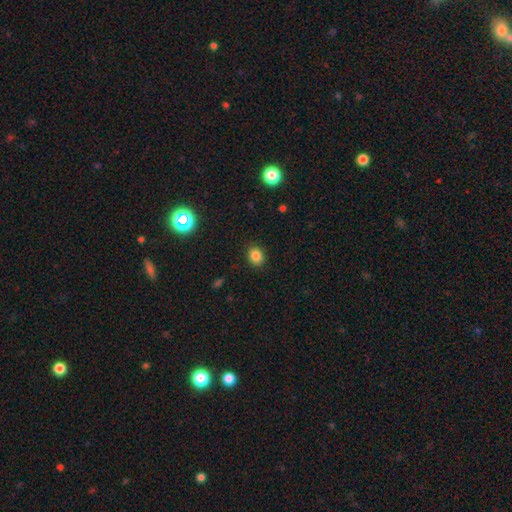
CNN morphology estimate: The model was most divided on "how rounded": round: 56%, in between: 43%, cigar-shaped: 1%. More confident: merging — none (89%); smooth or featured — smooth (82%).